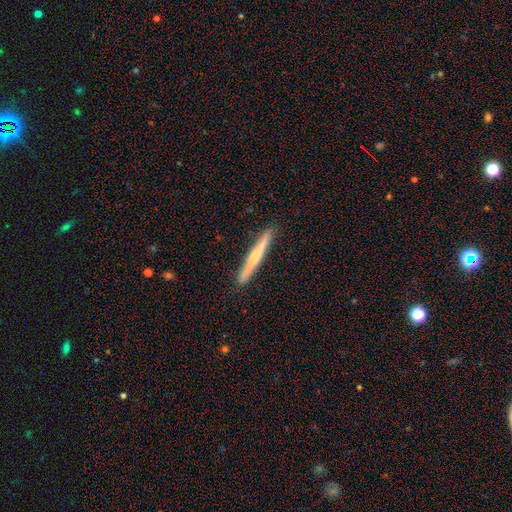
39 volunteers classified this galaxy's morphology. Volunteers were most divided on "edge-on bulge": rounded: 52%, boxy: 30%, none: 17%. More confident: edge-on disk — yes (96%); merging — none (92%); smooth or featured — featured or disk (62%).